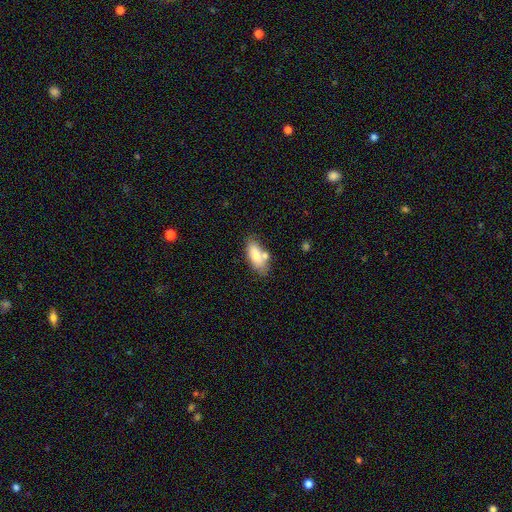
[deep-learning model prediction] This appears to be a smooth galaxy with no disk features (75%) that is in between round and cigar-shaped (82%). Merging: none (63%).